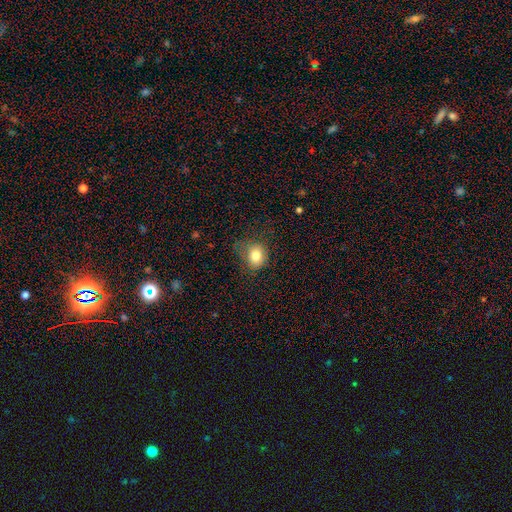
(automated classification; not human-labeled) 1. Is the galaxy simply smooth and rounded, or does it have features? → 80% smooth, 11% star or artifact, 9% featured or disk.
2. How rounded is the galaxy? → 63% round, 36% in between, 1% cigar-shaped.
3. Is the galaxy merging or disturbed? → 59% none, 27% minor disturbance, 13% major disturbance, 1% merger.